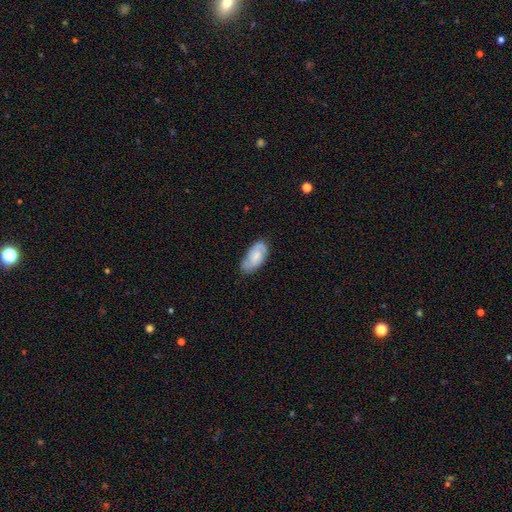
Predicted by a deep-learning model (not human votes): A featured or disk galaxy (49%). Merging: none (74%).